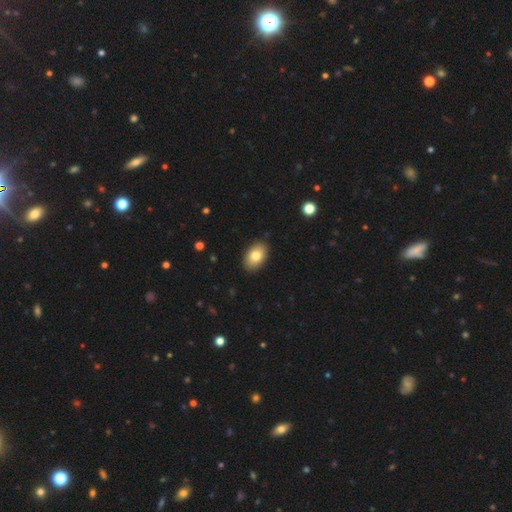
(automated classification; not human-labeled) Overall: smooth (80%). How rounded: in between (89%). Merging: none (88%).